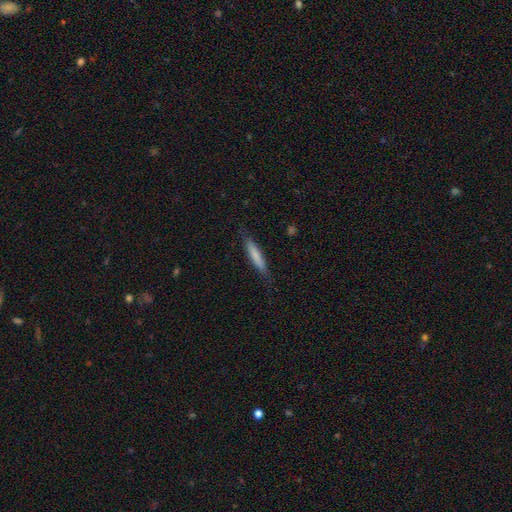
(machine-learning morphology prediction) Q: Smooth or featured?
A: smooth (74%); runner-up: featured or disk (21%)
Q: How rounded?
A: cigar-shaped (90%); runner-up: in between (9%)
Q: Merging?
A: none (83%); runner-up: minor disturbance (14%)